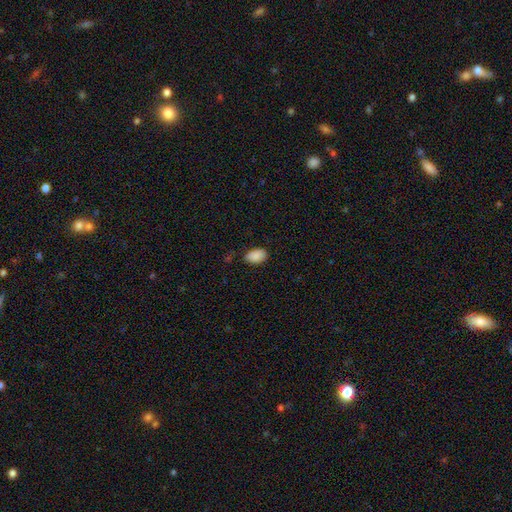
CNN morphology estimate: Smooth or featured? Predicted: smooth (p=0.89). How rounded? Predicted: in between (p=0.92). Merging? Predicted: none (p=0.79).